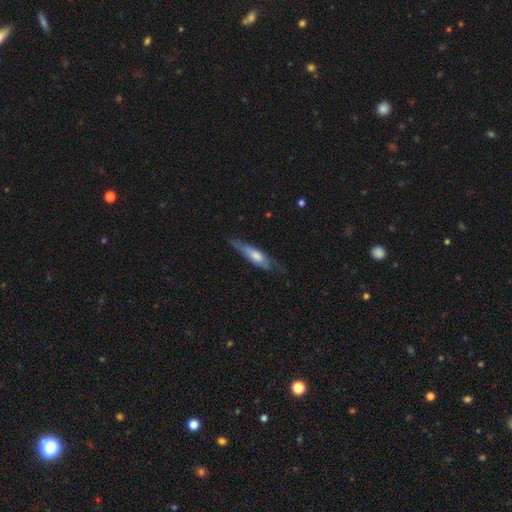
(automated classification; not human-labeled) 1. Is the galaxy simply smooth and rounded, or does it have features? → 48% smooth, 46% featured or disk, 6% star or artifact.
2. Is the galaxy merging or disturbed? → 61% none, 27% minor disturbance, 11% major disturbance, 2% merger.